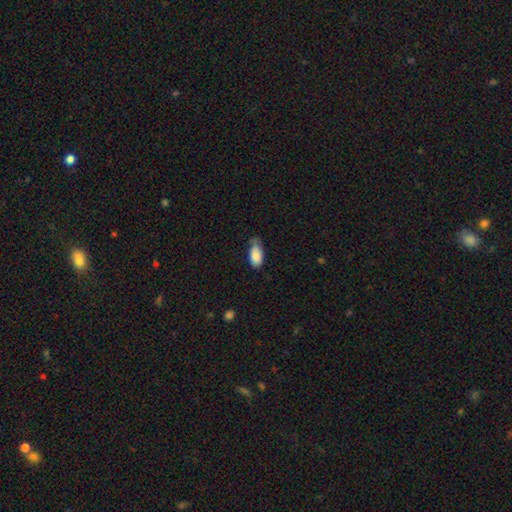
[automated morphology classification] A smooth galaxy with no disk features (85%) that is in between round and cigar-shaped (92%). Merging: none (43%).